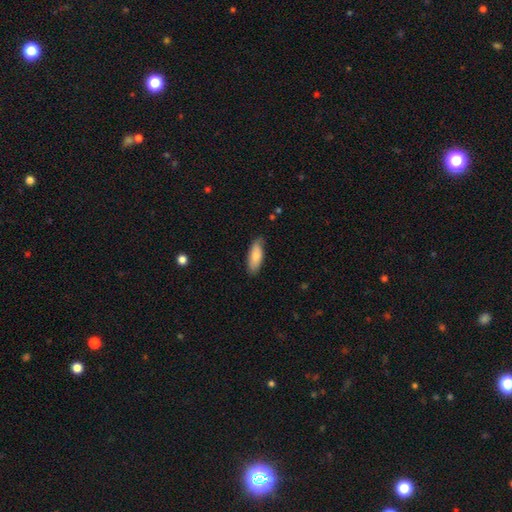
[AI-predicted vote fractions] Morphology: type=smooth (81%); roundness=in between (70%); merging=none (79%).